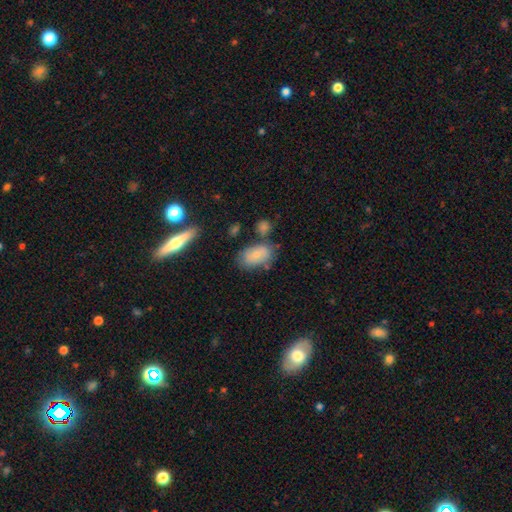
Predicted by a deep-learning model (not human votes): Q: Smooth or featured?
A: smooth (75%); runner-up: featured or disk (18%)
Q: How rounded?
A: in between (91%); runner-up: round (8%)
Q: Merging?
A: none (59%); runner-up: minor disturbance (21%)